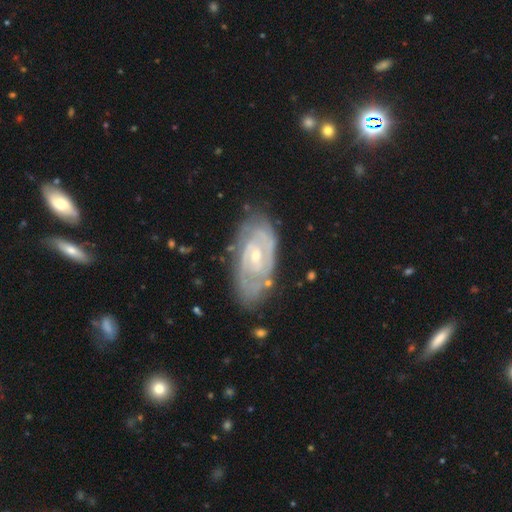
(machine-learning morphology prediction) Smooth or featured? Predicted: featured or disk (p=0.85). Edge-on disk? Predicted: no (p=0.95). Bar? Predicted: no (p=0.50). Spiral arms? Predicted: yes (p=0.92). Spiral winding? Predicted: tight (p=0.68). Spiral arm count? Predicted: 2 (p=0.50). Bulge size? Predicted: small (p=0.61). Merging? Predicted: none (p=0.73).